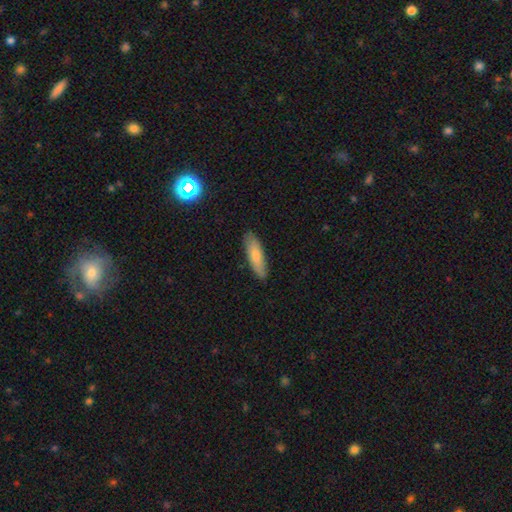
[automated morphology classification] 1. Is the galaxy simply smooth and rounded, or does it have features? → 75% smooth, 19% featured or disk, 6% star or artifact.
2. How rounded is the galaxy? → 55% cigar-shaped, 44% in between, 2% round.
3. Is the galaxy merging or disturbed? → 86% none, 11% minor disturbance, 2% major disturbance, 1% merger.